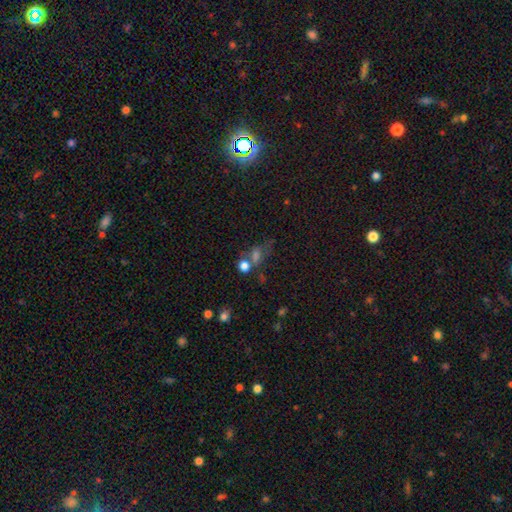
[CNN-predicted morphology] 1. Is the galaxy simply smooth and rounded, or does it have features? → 47% smooth, 33% star or artifact, 19% featured or disk.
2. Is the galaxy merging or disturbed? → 42% none, 27% merger, 16% minor disturbance, 15% major disturbance.